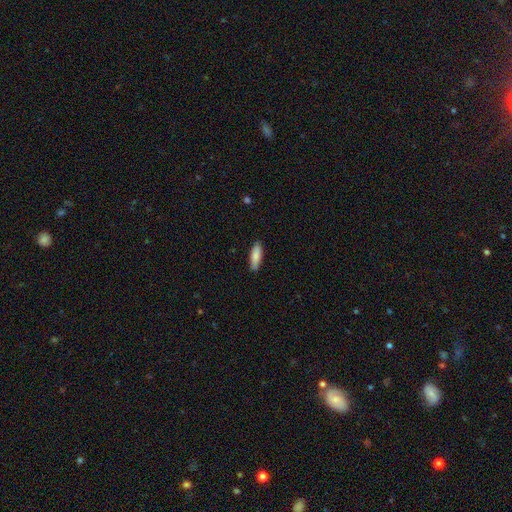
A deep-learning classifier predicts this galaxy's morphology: This appears to be a smooth galaxy with no disk features (85%) that is in between round and cigar-shaped (55%). Merging: none (88%).